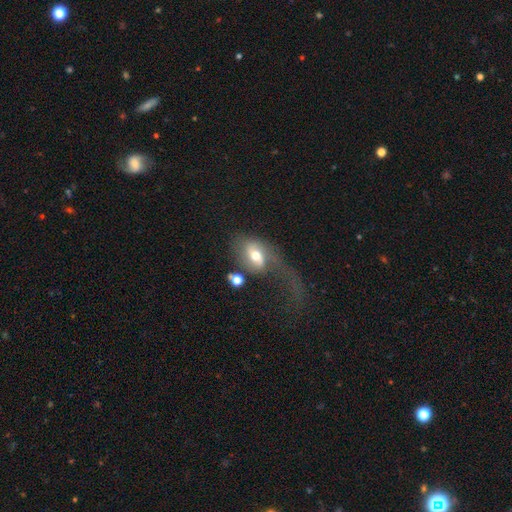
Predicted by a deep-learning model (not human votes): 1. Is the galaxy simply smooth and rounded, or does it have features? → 48% featured or disk, 44% smooth, 8% star or artifact.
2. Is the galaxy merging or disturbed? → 54% major disturbance, 21% none, 14% minor disturbance, 11% merger.